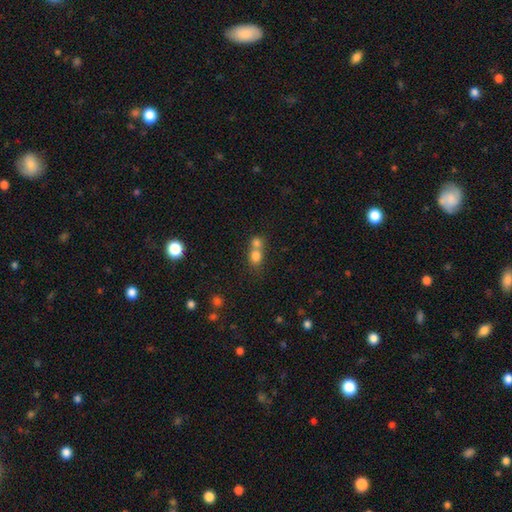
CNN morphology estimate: smooth-or-featured: smooth: 76% | star or artifact: 13% | featured or disk: 11%
  how-rounded: round: 65% | in between: 34% | cigar-shaped: 2%
  merging: merger: 61% | none: 31% | minor disturbance: 6% | major disturbance: 3%